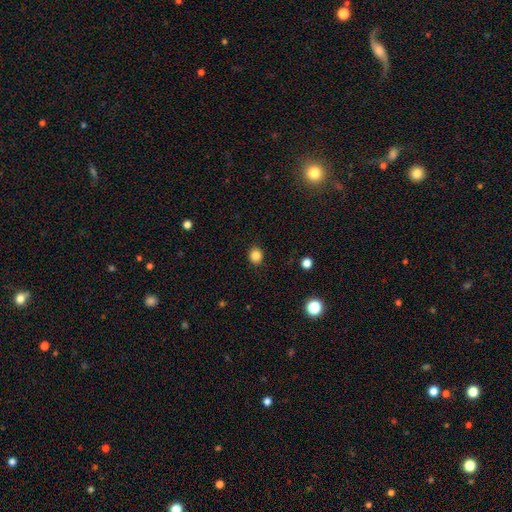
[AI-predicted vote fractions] Smooth or featured: smooth — 85% (star or artifact — 11%)
How rounded: round — 79% (in between — 20%)
Merging: none — 90% (minor disturbance — 7%)